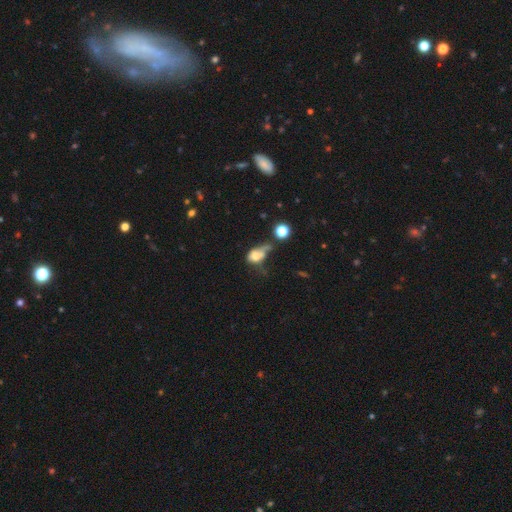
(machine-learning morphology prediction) smooth_or_featured: smooth (p=0.61) [alt: featured or disk p=0.26]
how_rounded: in between (p=0.61) [alt: round p=0.35]
merging: major disturbance (p=0.36) [alt: merger p=0.28]